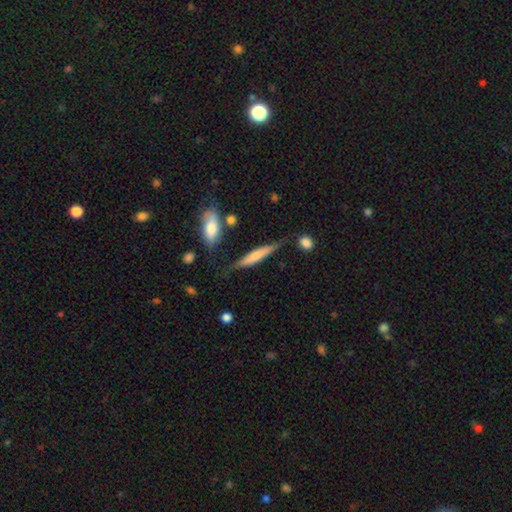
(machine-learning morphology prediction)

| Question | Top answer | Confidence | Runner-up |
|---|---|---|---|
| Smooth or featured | smooth | 55% | featured or disk (39%) |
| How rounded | cigar-shaped | 87% | in between (11%) |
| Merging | none | 69% | minor disturbance (20%) |